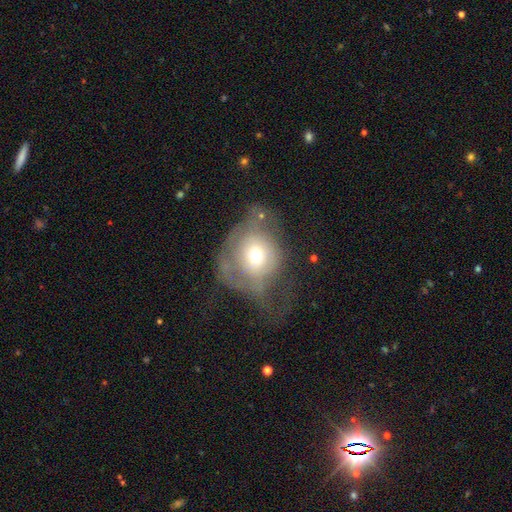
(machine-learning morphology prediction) Smooth or featured?
  - smooth: 54% *
  - featured or disk: 36%
  - star or artifact: 10%
How rounded?
  - round: 70% *
  - in between: 29%
  - cigar-shaped: 1%
Merging?
  - major disturbance: 53% *
  - none: 21%
  - minor disturbance: 21%
  - merger: 6%